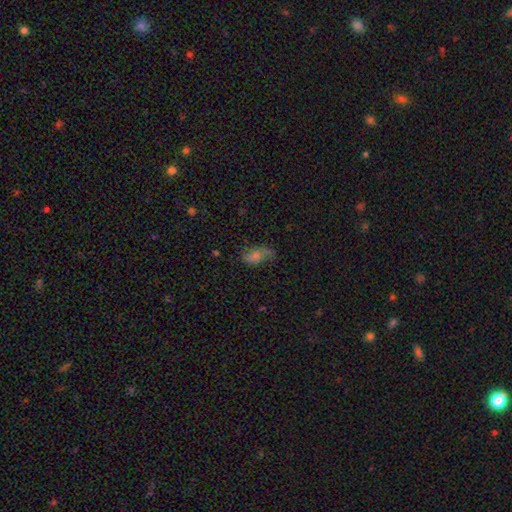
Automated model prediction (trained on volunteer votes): Smooth or featured? Predicted: smooth (p=0.49). Merging? Predicted: none (p=0.63).